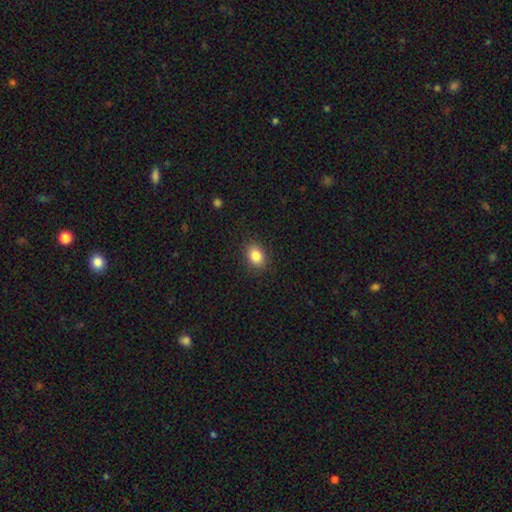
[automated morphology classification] smooth_or_featured: smooth (p=0.84) [alt: star or artifact p=0.10]
how_rounded: in between (p=0.60) [alt: round p=0.39]
merging: none (p=0.88) [alt: minor disturbance p=0.08]